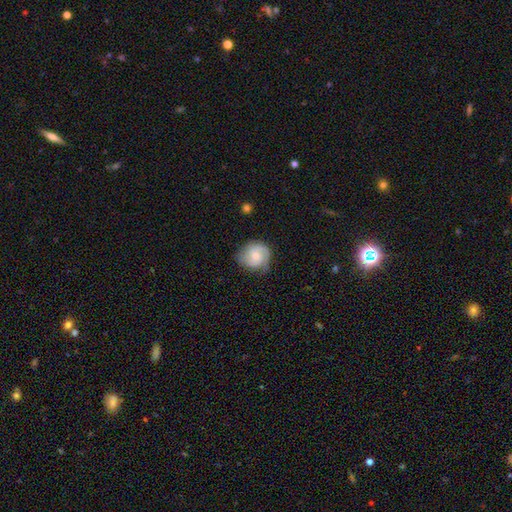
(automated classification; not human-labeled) featured or disk 66%, smooth 28%, star or artifact 6%. Down the decision tree: edge-on disk — no (98%); bar — no (66%); spiral arms — yes (93%); spiral arm count — 2 (54%); spiral winding — tight (49%); bulge size — small (50%); merging — none (66%).